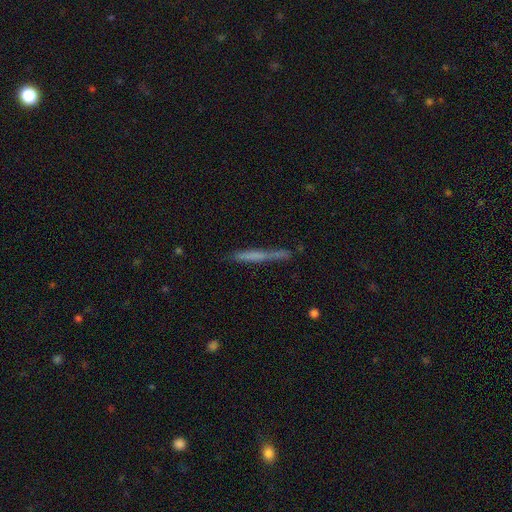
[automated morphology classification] Smooth or featured: smooth — 52% (featured or disk — 40%)
How rounded: cigar-shaped — 96% (in between — 2%)
Merging: none — 77% (minor disturbance — 15%)